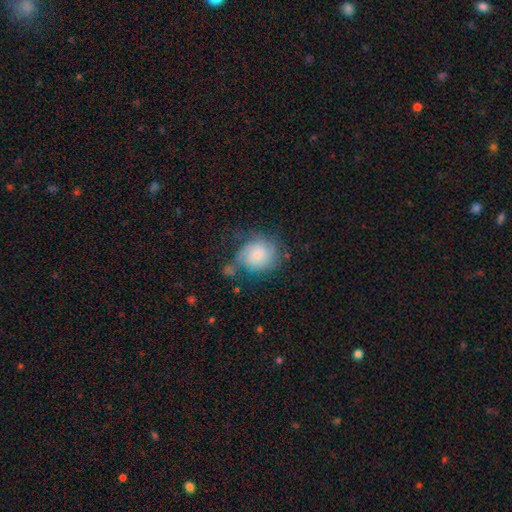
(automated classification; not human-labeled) Smooth or featured? Predicted: featured or disk (p=0.49). Merging? Predicted: none (p=0.50).